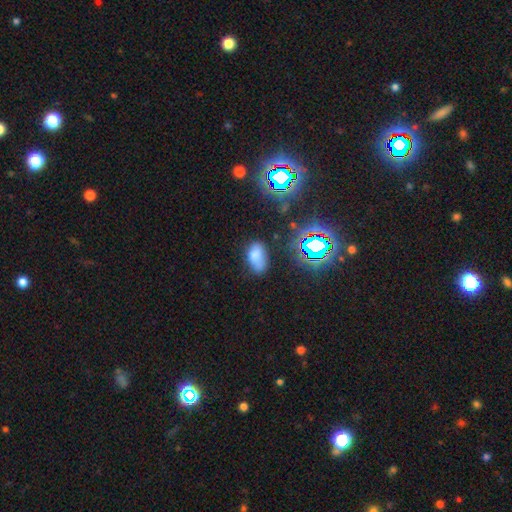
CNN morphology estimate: The model was most divided on "merging": none: 54%, minor disturbance: 28%, major disturbance: 10%, merger: 7%. More confident: how rounded — in between (90%); smooth or featured — smooth (69%).